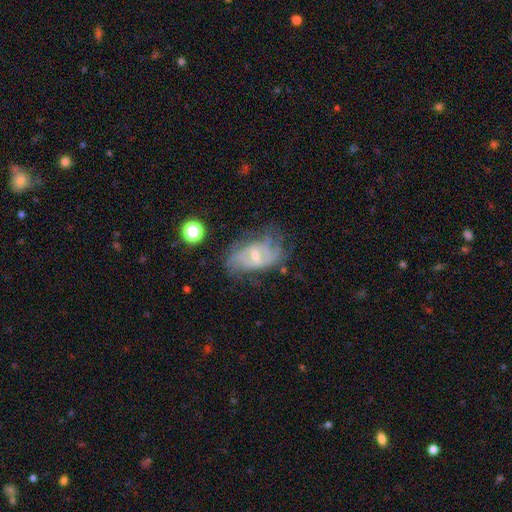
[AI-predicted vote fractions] Smooth or featured: featured or disk — 75% (smooth — 17%)
Edge-on disk: no — 95% (yes — 5%)
Bar: weak — 51% (no — 36%)
Spiral arms: yes — 83% (no — 17%)
Spiral winding: medium — 41% (tight — 32%)
Spiral arm count: can't tell — 42% (2 — 34%)
Bulge size: small — 58% (moderate — 35%)
Merging: none — 50% (minor disturbance — 26%)